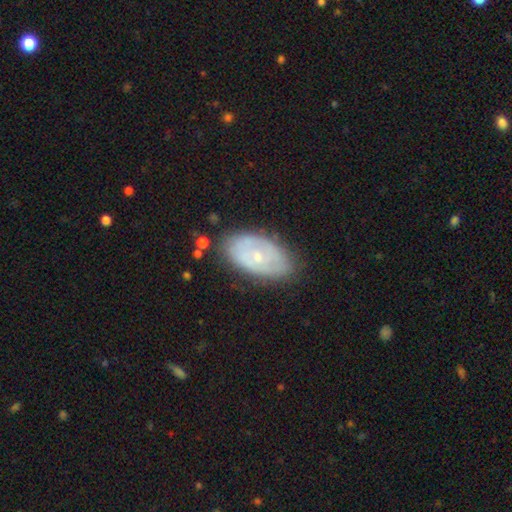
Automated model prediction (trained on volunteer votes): Smooth or featured? featured or disk (60%)
Edge-on disk? no (93%)
Bar? no (78%)
Spiral arms? yes (53%)
Bulge size? small (69%)
Merging? none (75%)